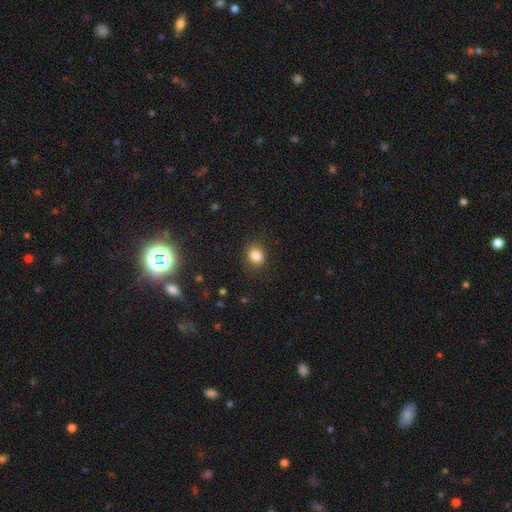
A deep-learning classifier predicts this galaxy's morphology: type=smooth (84%); roundness=round (55%); merging=none (83%).